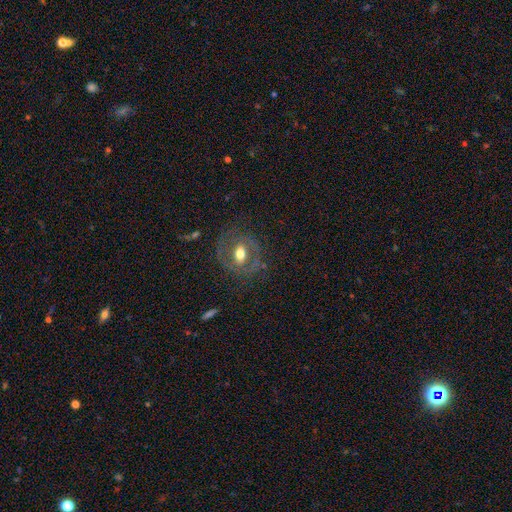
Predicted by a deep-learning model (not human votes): A featured or disk galaxy (46%). Merging: none (81%).